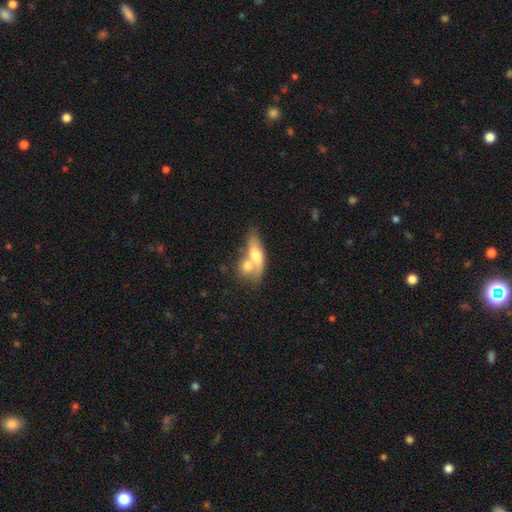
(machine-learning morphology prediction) type=smooth (61%); roundness=in between (63%); merging=merger (61%).